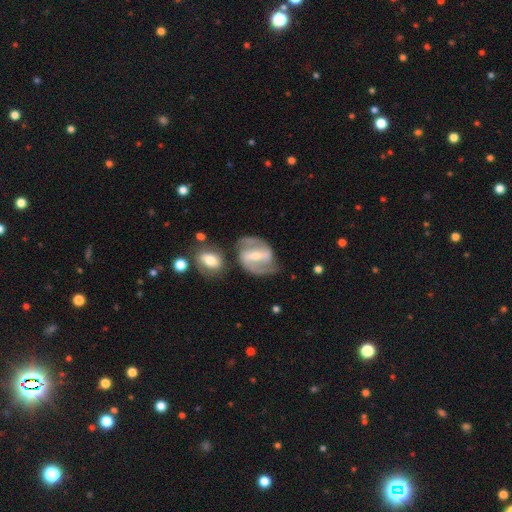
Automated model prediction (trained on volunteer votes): Smooth or featured: featured or disk — 87% (smooth — 8%)
Edge-on disk: no — 96% (yes — 4%)
Bar: strong — 67% (weak — 25%)
Spiral arms: yes — 94% (no — 6%)
Spiral winding: medium — 53% (tight — 27%)
Spiral arm count: 2 — 91% (can't tell — 4%)
Bulge size: small — 50% (moderate — 45%)
Merging: none — 72% (minor disturbance — 13%)